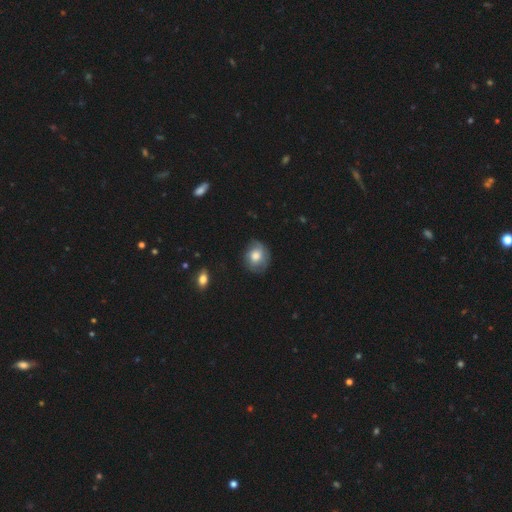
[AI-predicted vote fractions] A smooth galaxy with no disk features (59%) that is round (70%). Merging: none (69%).